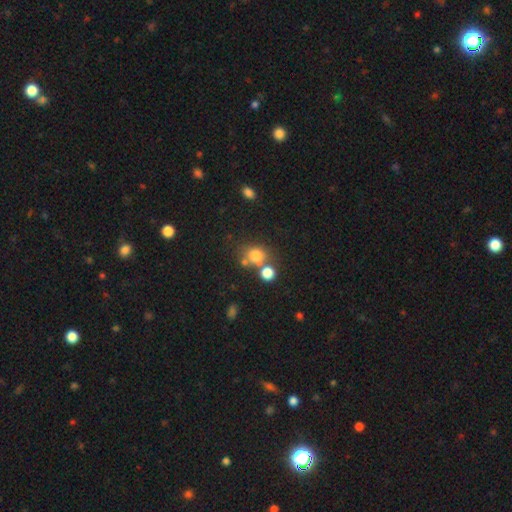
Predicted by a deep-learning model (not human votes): This appears to be a smooth galaxy with no disk features (74%) that is round (74%). Merging: none (54%).